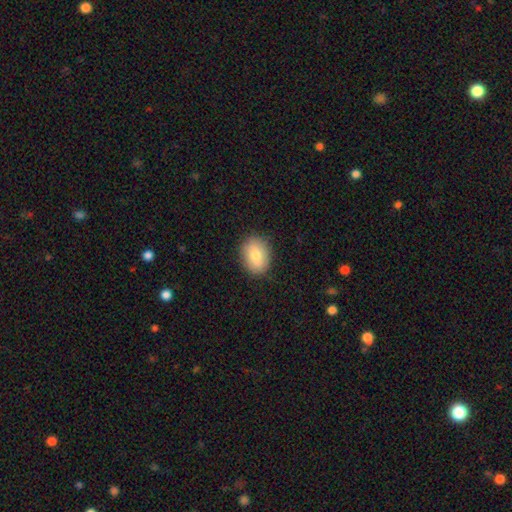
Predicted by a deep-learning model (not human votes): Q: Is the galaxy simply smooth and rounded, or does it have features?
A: smooth — 79%.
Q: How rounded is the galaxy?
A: in between — 63%.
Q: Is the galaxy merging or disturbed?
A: none — 87%.